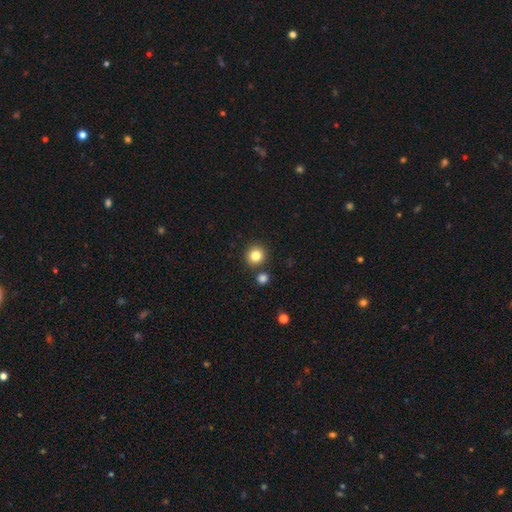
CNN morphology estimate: type=smooth (83%); roundness=round (90%); merging=none (84%).